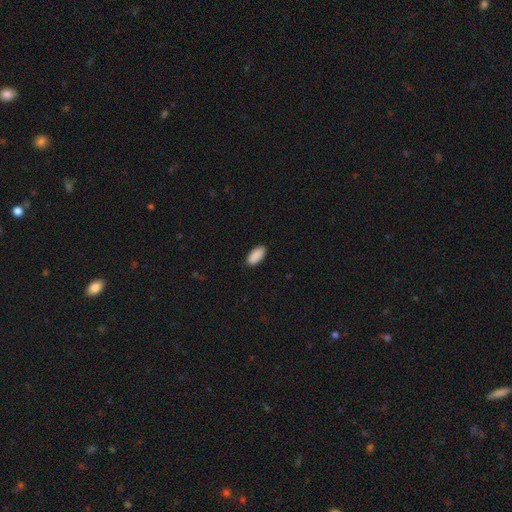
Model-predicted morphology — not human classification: type=smooth (91%); roundness=in between (93%); merging=none (89%).